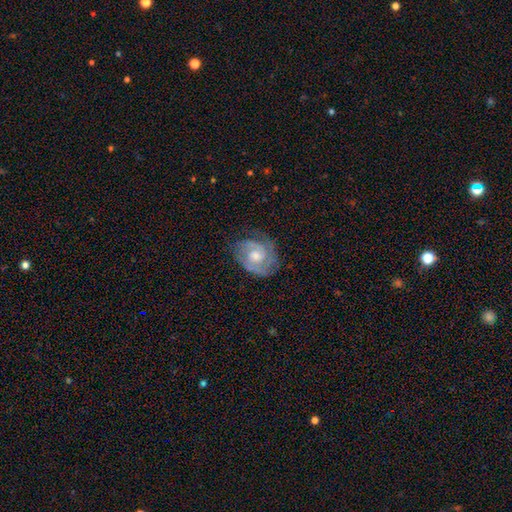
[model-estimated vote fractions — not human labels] This appears to be a featured or disk galaxy (81%) with no bar (66%), 2 (49%) tight (59%) spiral arms (95%) and a moderate central bulge (66%). Merging: none (70%).